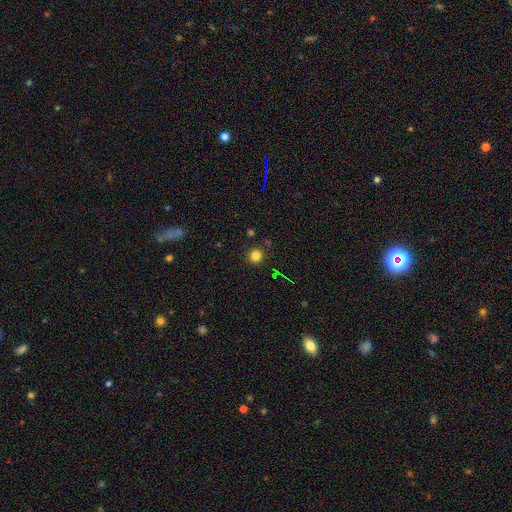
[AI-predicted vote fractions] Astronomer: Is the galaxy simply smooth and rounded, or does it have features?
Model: smooth — 81%.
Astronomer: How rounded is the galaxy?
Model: round — 86%.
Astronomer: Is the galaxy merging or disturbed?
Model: none — 88%.